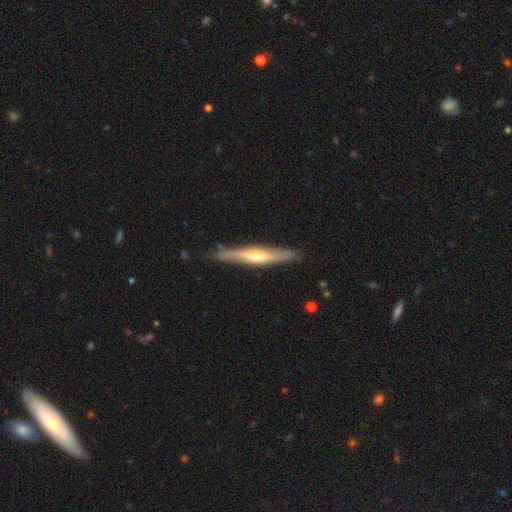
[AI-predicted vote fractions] A featured or disk galaxy (62%) viewed edge-on (93%) with a rounded central bulge (79%).

Vote fractions:
- Smooth or featured? featured or disk: 62% / smooth: 33% / star or artifact: 5%
- Edge-on disk? yes: 93% / no: 7%
- Edge-on bulge? rounded: 79% / none: 14% / boxy: 8%
- Merging? none: 80% / minor disturbance: 16% / major disturbance: 3% / merger: 2%